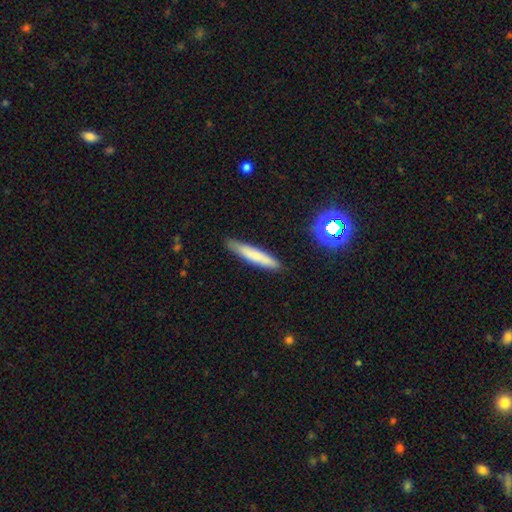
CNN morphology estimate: Smooth or featured?
  - smooth: 73% *
  - featured or disk: 19%
  - star or artifact: 9%
How rounded?
  - cigar-shaped: 91% *
  - in between: 8%
  - round: 1%
Merging?
  - none: 84% *
  - minor disturbance: 12%
  - major disturbance: 2%
  - merger: 1%